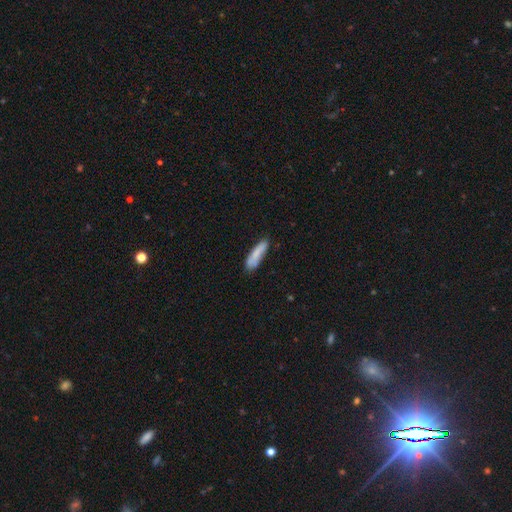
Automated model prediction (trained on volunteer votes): Morphology: type=smooth (82%); roundness=cigar-shaped (70%); merging=none (72%).